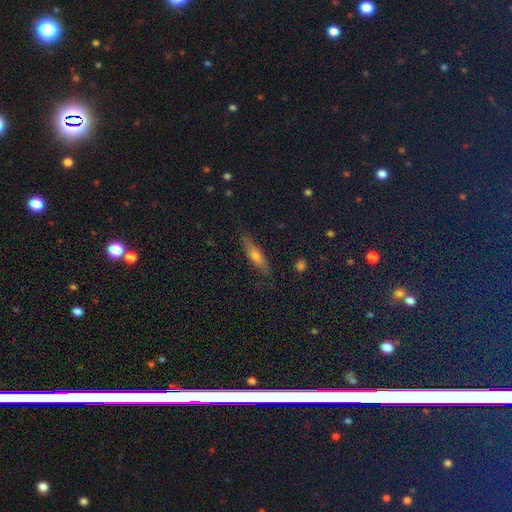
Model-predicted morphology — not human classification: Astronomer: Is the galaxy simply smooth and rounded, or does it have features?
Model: smooth — 50% (runner-up: featured or disk, 39%).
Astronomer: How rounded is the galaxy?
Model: cigar-shaped — 72%.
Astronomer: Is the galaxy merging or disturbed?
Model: none — 84%.